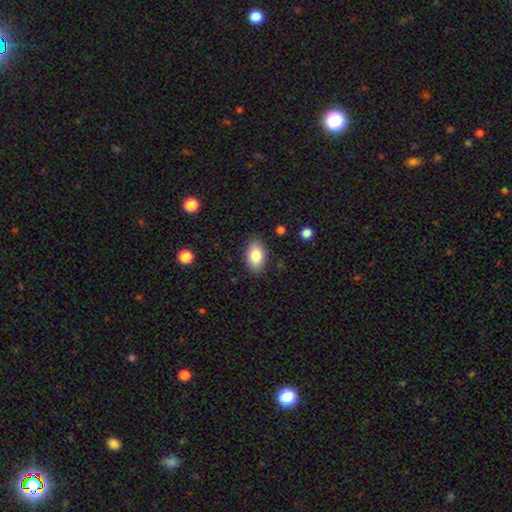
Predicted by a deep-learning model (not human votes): The model was most divided on "smooth or featured": smooth: 83%, featured or disk: 10%, star or artifact: 7%. More confident: how rounded — in between (92%); merging — none (87%).